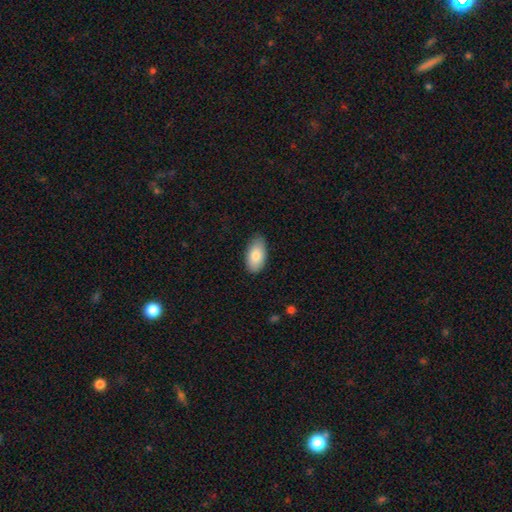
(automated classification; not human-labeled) Overall: smooth (85%). How rounded: in between (95%). Merging: none (83%).